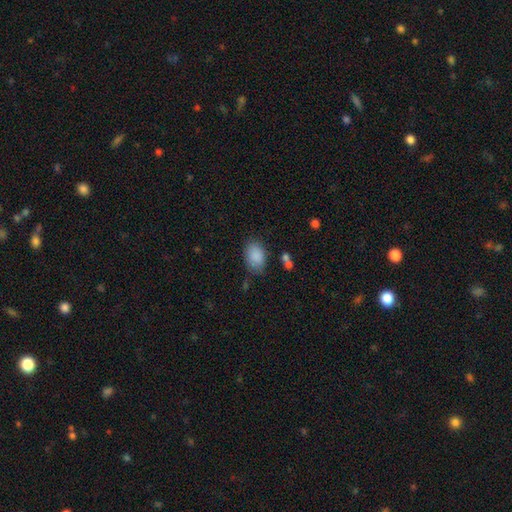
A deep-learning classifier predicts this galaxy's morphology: smooth 88%, star or artifact 7%, featured or disk 5%. Down the decision tree: how rounded — in between (86%); merging — none (75%).